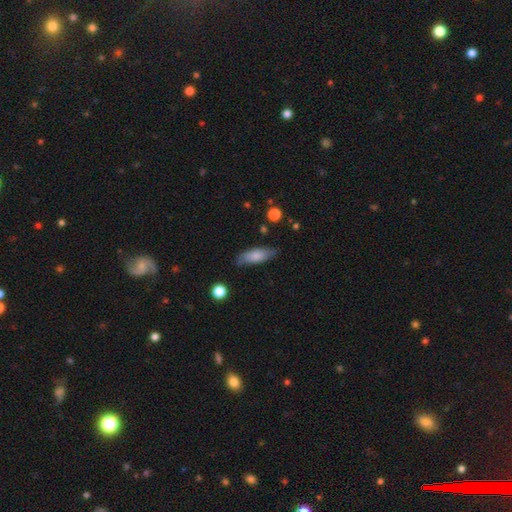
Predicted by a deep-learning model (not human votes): This appears to be a smooth galaxy with no disk features (75%) that is in between round and cigar-shaped (71%). Merging: none (74%).